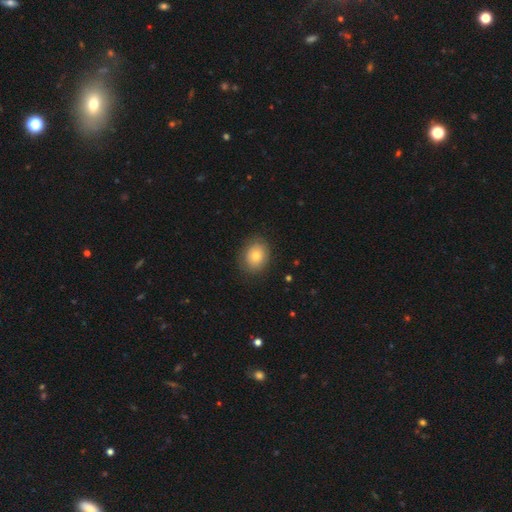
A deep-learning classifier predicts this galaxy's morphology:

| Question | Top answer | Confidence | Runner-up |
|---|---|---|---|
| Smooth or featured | smooth | 74% | featured or disk (17%) |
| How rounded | round | 57% | in between (42%) |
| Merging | none | 82% | minor disturbance (13%) |